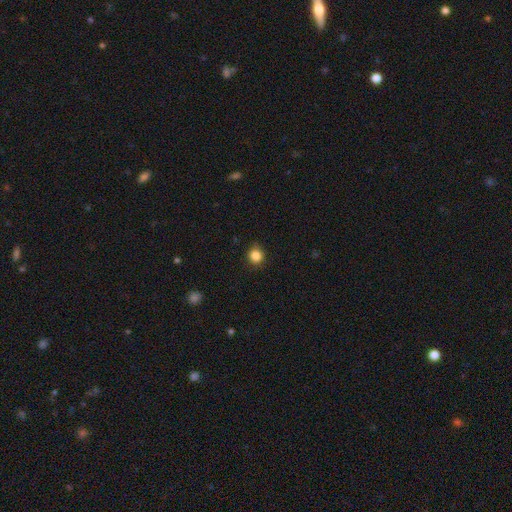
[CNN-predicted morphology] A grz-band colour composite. It shows a smooth galaxy with no disk features (85%) that is round (91%). Merging: none (87%).